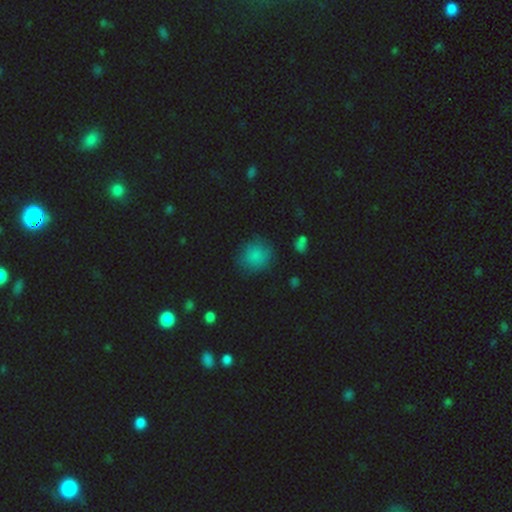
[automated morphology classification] A smooth galaxy with no disk features (79%) that is round (82%). Merging: none (78%).